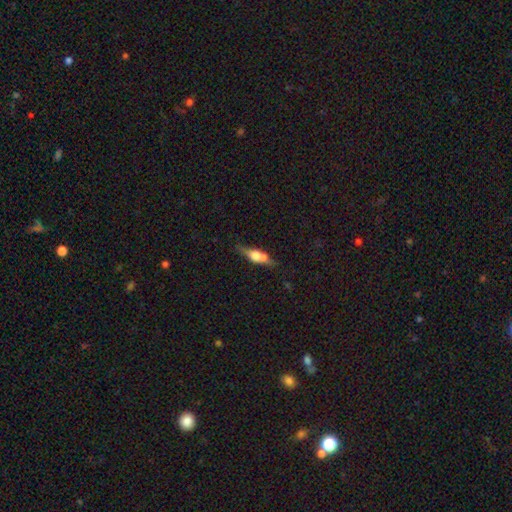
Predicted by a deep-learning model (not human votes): Smooth or featured? featured or disk (53%)
Edge-on disk? yes (86%)
Merging? none (59%)